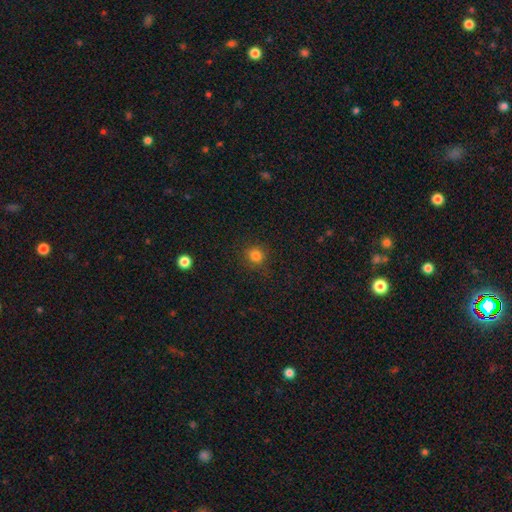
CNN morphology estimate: smooth 81%, star or artifact 14%, featured or disk 5%. Down the decision tree: how rounded — round (91%); merging — none (87%).